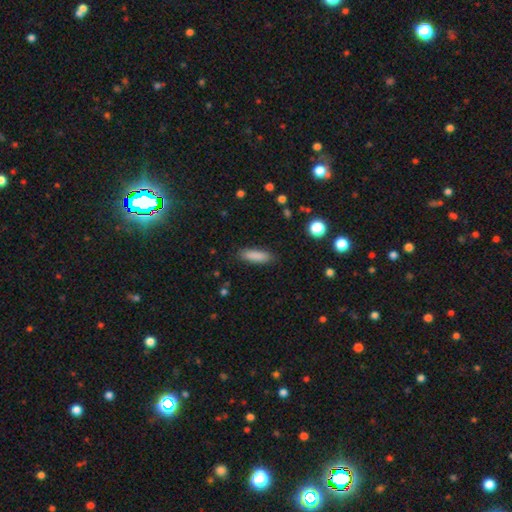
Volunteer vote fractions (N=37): Smooth or featured? 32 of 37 (86%) said smooth. How rounded? 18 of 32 (56%) said cigar-shaped. Merging? 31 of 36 (86%) said none.